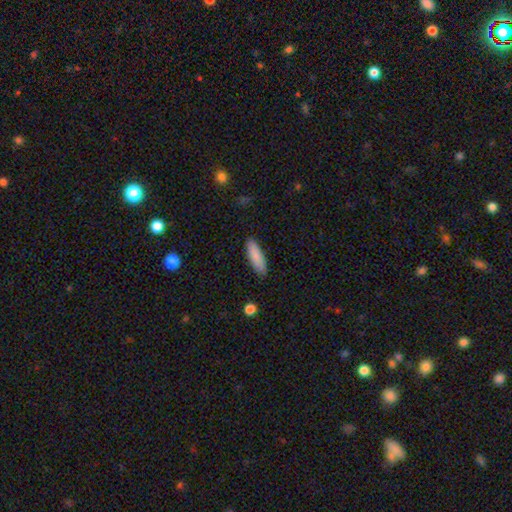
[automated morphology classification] The model was most divided on "how rounded": in between: 50%, cigar-shaped: 48%, round: 2%. More confident: smooth or featured — smooth (87%); merging — none (87%).